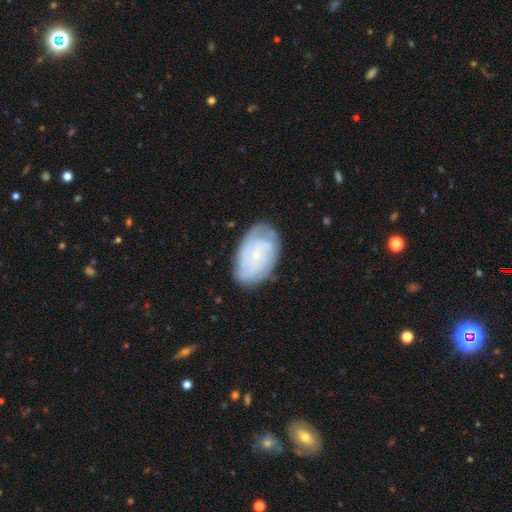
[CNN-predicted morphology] Smooth or featured? Predicted: featured or disk (p=0.65). Edge-on disk? Predicted: no (p=0.97). Bar? Predicted: no (p=0.77). Spiral arms? Predicted: yes (p=0.85). Spiral winding? Predicted: tight (p=0.62). Spiral arm count? Predicted: can't tell (p=0.50). Bulge size? Predicted: small (p=0.79). Merging? Predicted: none (p=0.73).